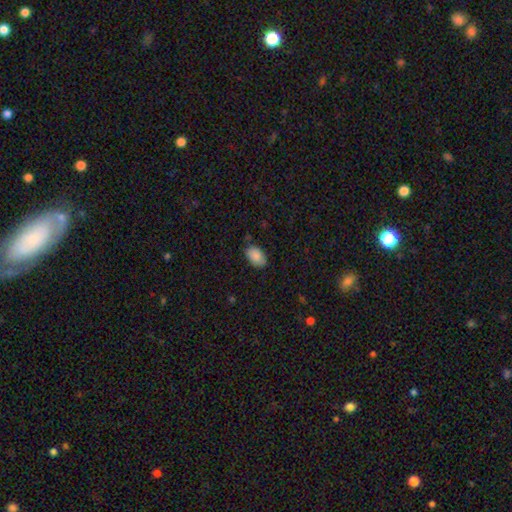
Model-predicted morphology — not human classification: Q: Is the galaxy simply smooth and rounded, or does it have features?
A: smooth — 88%.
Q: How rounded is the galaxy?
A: in between — 91%.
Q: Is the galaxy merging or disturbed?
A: none — 82%.